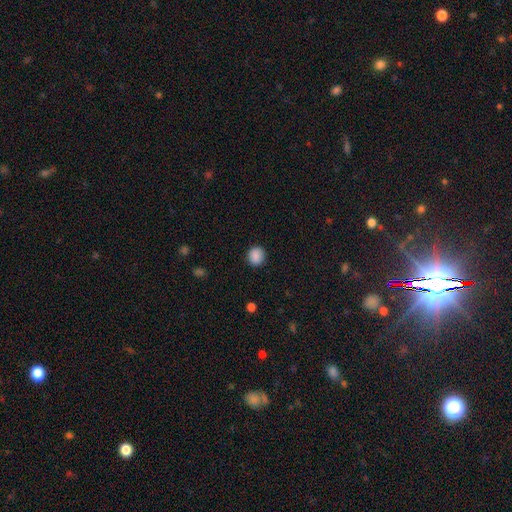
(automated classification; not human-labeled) Overall: smooth (88%). How rounded: round (84%). Merging: none (90%).